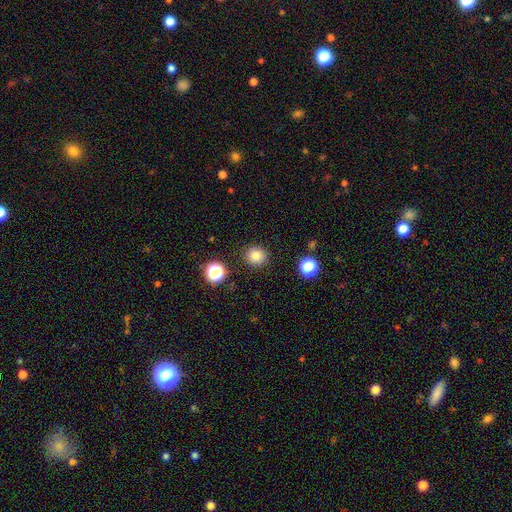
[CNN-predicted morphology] A smooth galaxy with no disk features (83%) that is round (91%). Merging: none (90%).